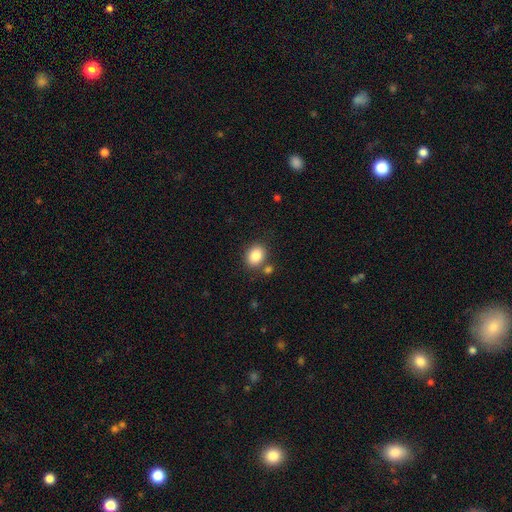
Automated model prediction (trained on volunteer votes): Overall: smooth (85%). How rounded: round (50%; in between 49%). Merging: none (76%).